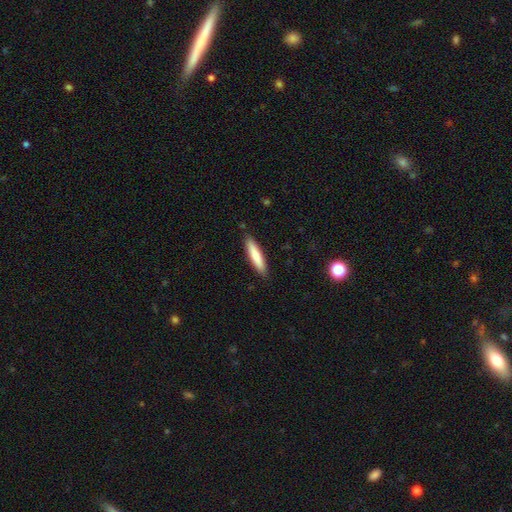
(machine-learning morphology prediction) Smooth or featured? smooth (78%)
How rounded? cigar-shaped (83%)
Merging? none (89%)